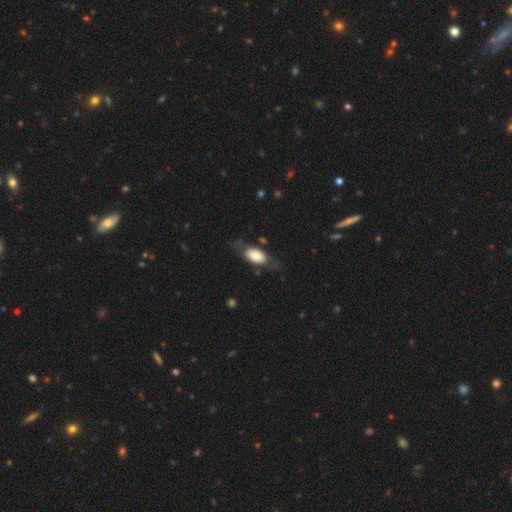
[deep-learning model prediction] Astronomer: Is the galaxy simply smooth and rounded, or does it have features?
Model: smooth — 74%.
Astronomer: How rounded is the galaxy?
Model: in between — 88%.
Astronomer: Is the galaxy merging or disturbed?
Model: none — 66%.